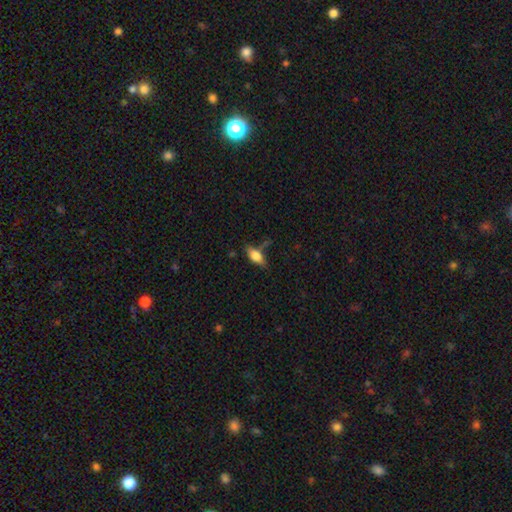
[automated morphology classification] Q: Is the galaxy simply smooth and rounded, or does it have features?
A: smooth — 71%.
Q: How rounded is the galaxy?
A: in between — 79%.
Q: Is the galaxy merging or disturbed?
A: none — 58%.